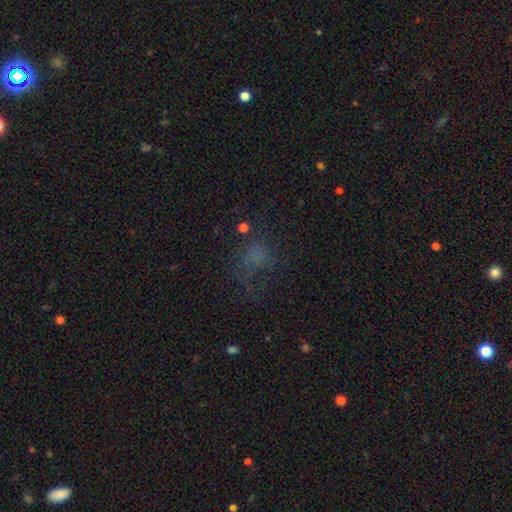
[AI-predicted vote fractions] smooth 50%, star or artifact 29%, featured or disk 21%. Down the decision tree: merging — none (45%).